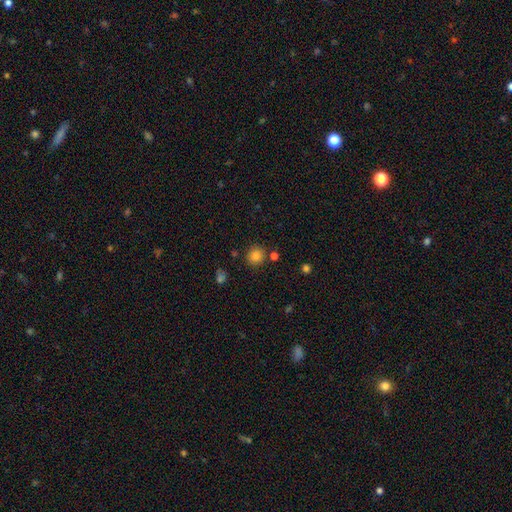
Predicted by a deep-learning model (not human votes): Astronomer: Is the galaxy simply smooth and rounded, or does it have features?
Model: smooth — 82%.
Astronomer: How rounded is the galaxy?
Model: round — 89%.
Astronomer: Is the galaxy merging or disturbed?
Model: none — 84%.